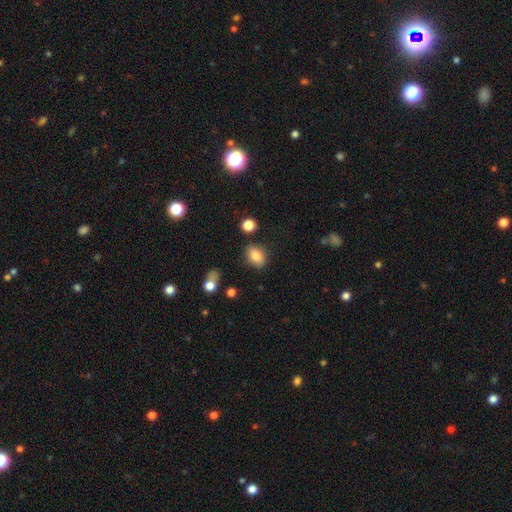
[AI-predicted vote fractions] The model was most divided on "how rounded": in between: 70%, round: 28%, cigar-shaped: 2%. More confident: smooth or featured — smooth (83%); merging — none (81%).